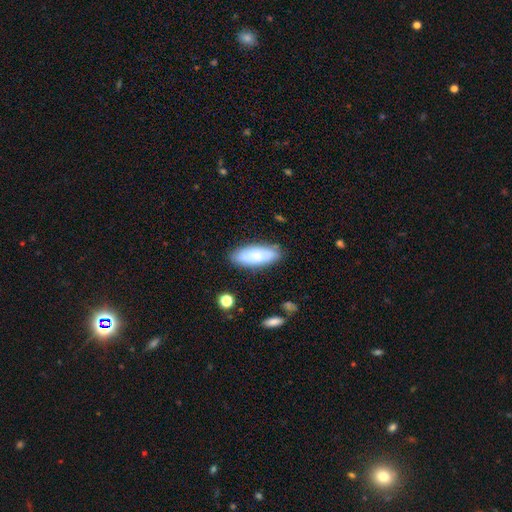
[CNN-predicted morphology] Smooth or featured?
  - smooth: 79% *
  - featured or disk: 15%
  - star or artifact: 6%
How rounded?
  - in between: 72% *
  - cigar-shaped: 26%
  - round: 2%
Merging?
  - none: 82% *
  - minor disturbance: 13%
  - major disturbance: 3%
  - merger: 2%